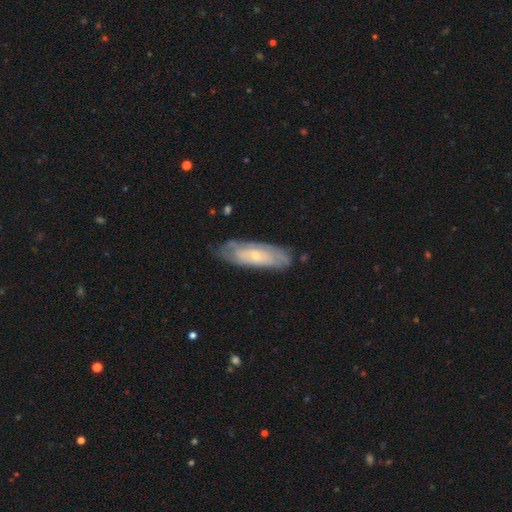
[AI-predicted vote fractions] The model was most divided on "smooth or featured": featured or disk: 57%, smooth: 37%, star or artifact: 6%. More confident: edge-on disk — no (77%); merging — none (73%).